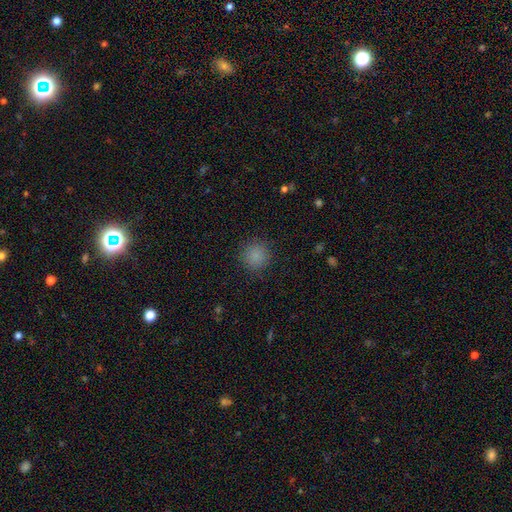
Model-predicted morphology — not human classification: A smooth galaxy with no disk features (86%) that is round (93%). Merging: none (90%).